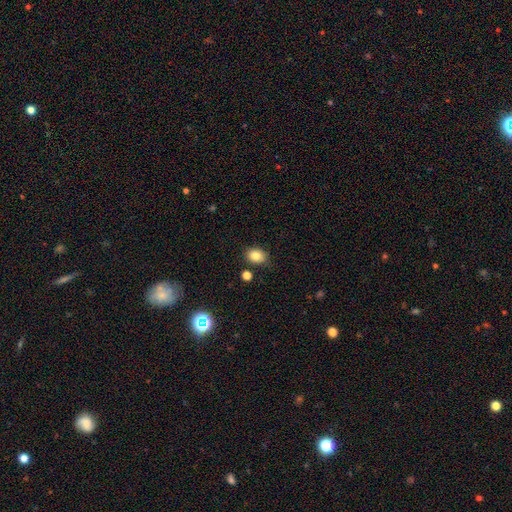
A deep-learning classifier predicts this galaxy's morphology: type=smooth (84%); roundness=in between (65%); merging=none (79%).